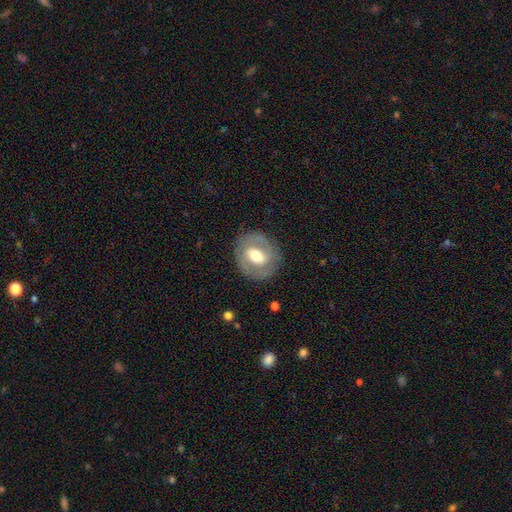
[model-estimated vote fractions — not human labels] The model was most divided on "bar": weak: 45%, strong: 30%, no: 25%. More confident: edge-on disk — no (96%); merging — none (82%); bulge size — moderate (68%); smooth or featured — featured or disk (68%); spiral arms — yes (67%).